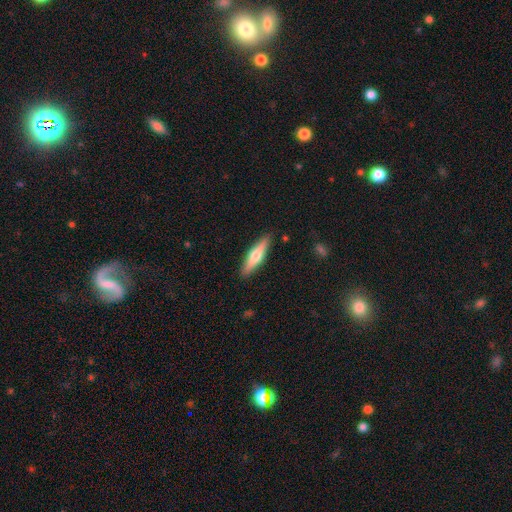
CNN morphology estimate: A smooth galaxy with no disk features (49%). Merging: none (89%).